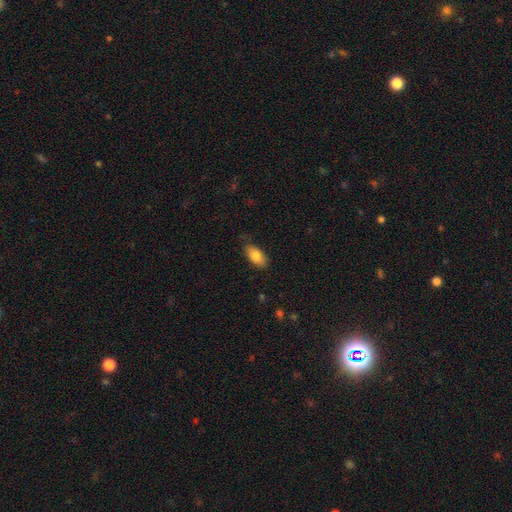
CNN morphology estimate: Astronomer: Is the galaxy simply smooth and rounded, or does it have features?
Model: smooth — 82%.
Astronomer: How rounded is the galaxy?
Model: in between — 91%.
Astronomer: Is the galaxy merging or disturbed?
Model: none — 76%.